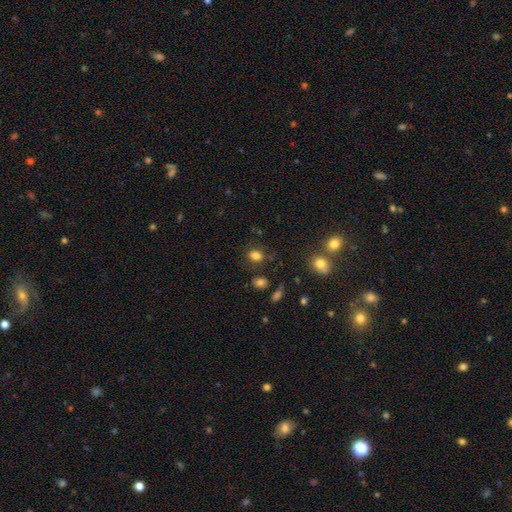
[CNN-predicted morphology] Smooth or featured?
  - smooth: 81% *
  - star or artifact: 12%
  - featured or disk: 6%
How rounded?
  - round: 51% *
  - in between: 48%
  - cigar-shaped: 1%
Merging?
  - none: 79% *
  - minor disturbance: 13%
  - major disturbance: 4%
  - merger: 4%